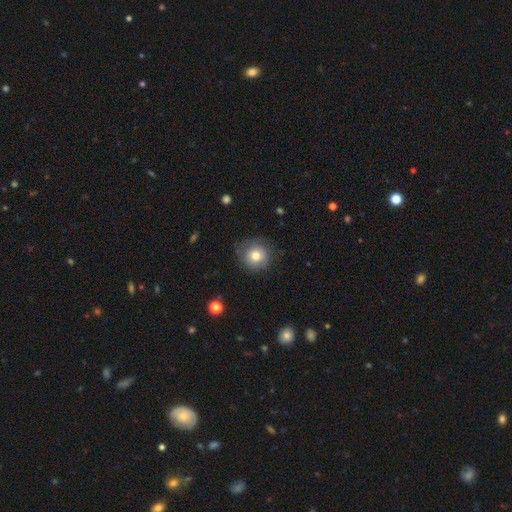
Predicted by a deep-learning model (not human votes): smooth 78%, featured or disk 13%, star or artifact 10%. Down the decision tree: how rounded — round (92%); merging — none (81%).